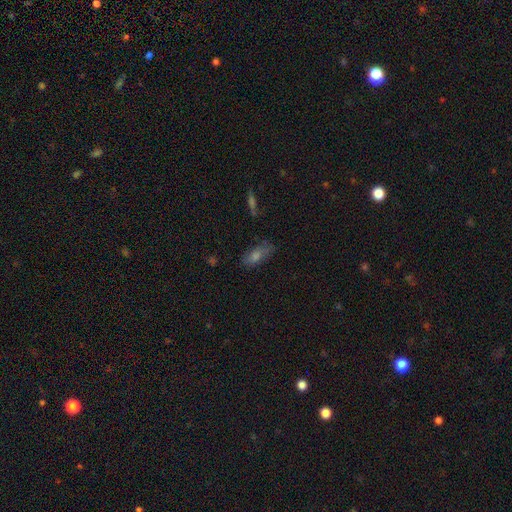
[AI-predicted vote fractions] The model was most divided on "smooth or featured": smooth: 60%, featured or disk: 21%, star or artifact: 19%. More confident: how rounded — in between (77%); merging — none (68%).